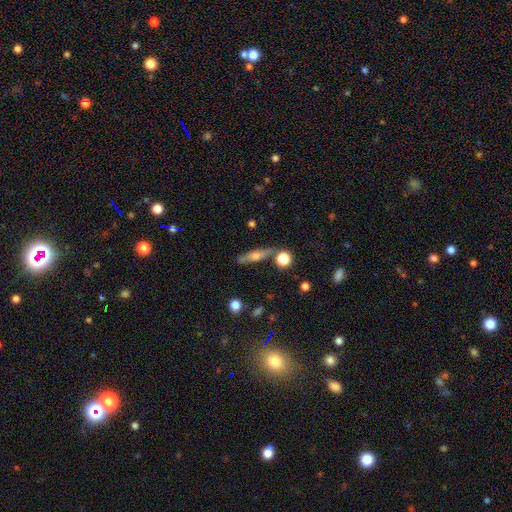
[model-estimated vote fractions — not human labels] Q: Smooth or featured?
A: smooth (49%); runner-up: featured or disk (43%)
Q: Merging?
A: none (75%); runner-up: minor disturbance (13%)